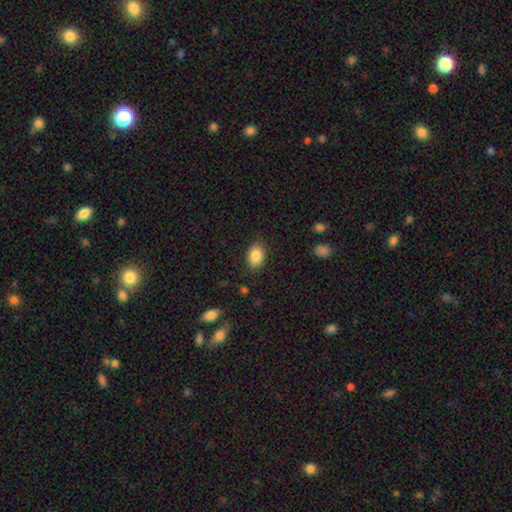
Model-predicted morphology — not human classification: smooth_or_featured: smooth (p=0.86) [alt: star or artifact p=0.08]
how_rounded: in between (p=0.78) [alt: round p=0.21]
merging: none (p=0.84) [alt: minor disturbance p=0.12]